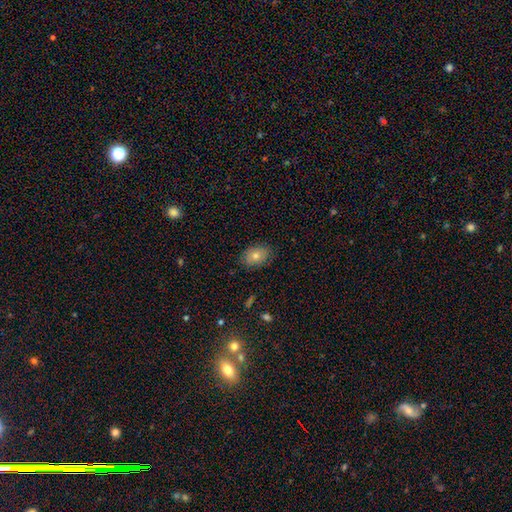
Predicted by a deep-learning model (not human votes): The model was most divided on "smooth or featured": smooth: 69%, featured or disk: 19%, star or artifact: 12%. More confident: merging — none (84%); how rounded — in between (76%).